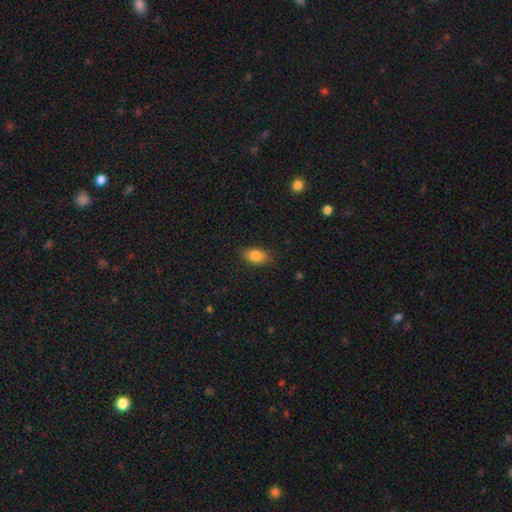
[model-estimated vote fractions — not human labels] Q: Smooth or featured?
A: smooth (85%); runner-up: star or artifact (8%)
Q: How rounded?
A: in between (88%); runner-up: round (9%)
Q: Merging?
A: none (85%); runner-up: minor disturbance (12%)